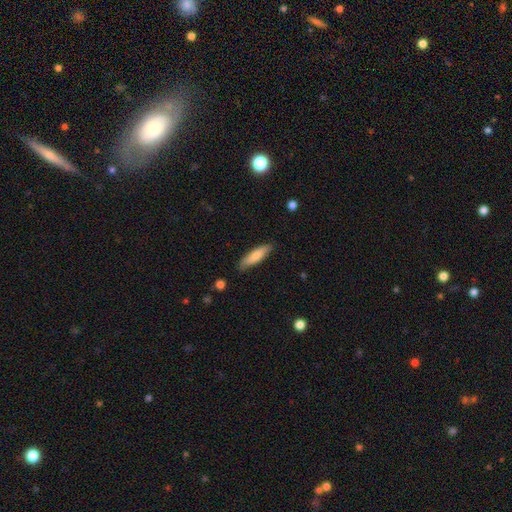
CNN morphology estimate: smooth-or-featured: smooth: 76% | featured or disk: 18% | star or artifact: 6%
  how-rounded: cigar-shaped: 67% | in between: 32% | round: 1%
  merging: none: 83% | minor disturbance: 13% | major disturbance: 2% | merger: 1%